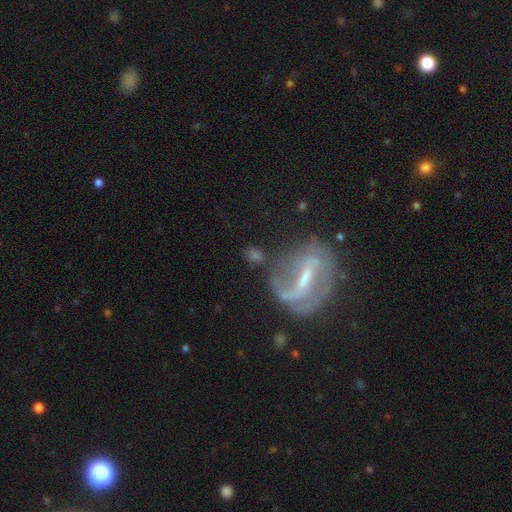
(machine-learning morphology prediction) The model was most divided on "bulge size": moderate: 38%, small: 37%, none: 19%, large: 5%, dominant: 2%. Remaining: edge-on disk — no (90%); smooth or featured — featured or disk (65%); spiral arms — yes (64%); merging — none (53%); bar — strong (48%).